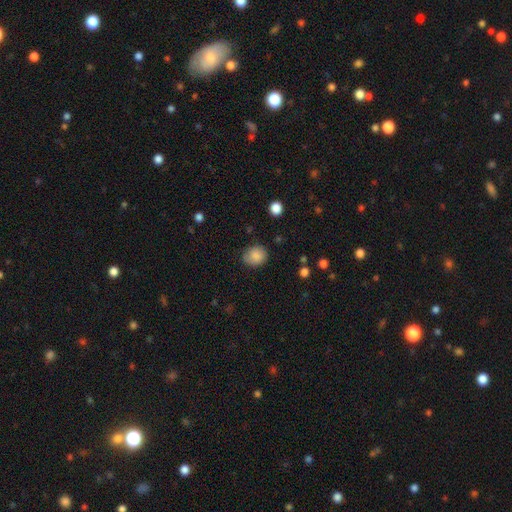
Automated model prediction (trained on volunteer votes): smooth-or-featured: smooth: 86% | star or artifact: 9% | featured or disk: 5%
  how-rounded: round: 64% | in between: 35% | cigar-shaped: 1%
  merging: none: 79% | minor disturbance: 16% | major disturbance: 4% | merger: 1%